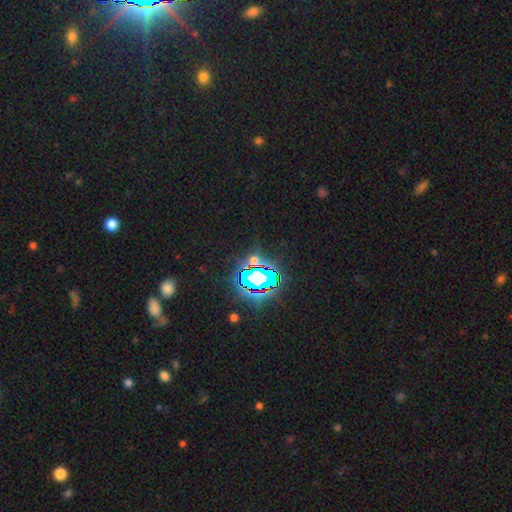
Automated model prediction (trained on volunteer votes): smooth_or_featured: star or artifact (p=0.81) [alt: smooth p=0.12]